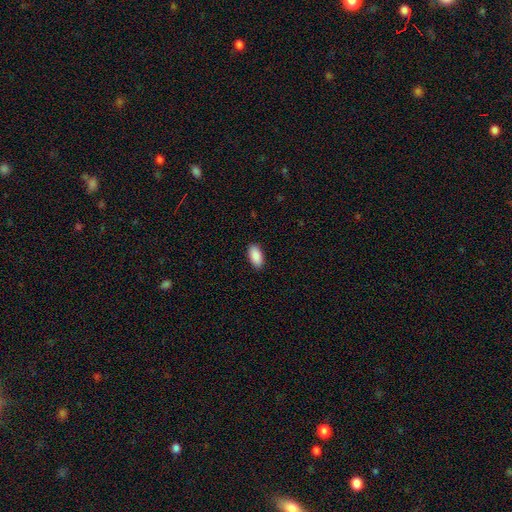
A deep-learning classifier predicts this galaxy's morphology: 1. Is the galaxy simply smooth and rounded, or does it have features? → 91% smooth, 6% star or artifact, 3% featured or disk.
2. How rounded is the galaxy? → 93% in between, 5% cigar-shaped, 2% round.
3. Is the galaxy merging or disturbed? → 90% none, 7% minor disturbance, 2% major disturbance, 1% merger.